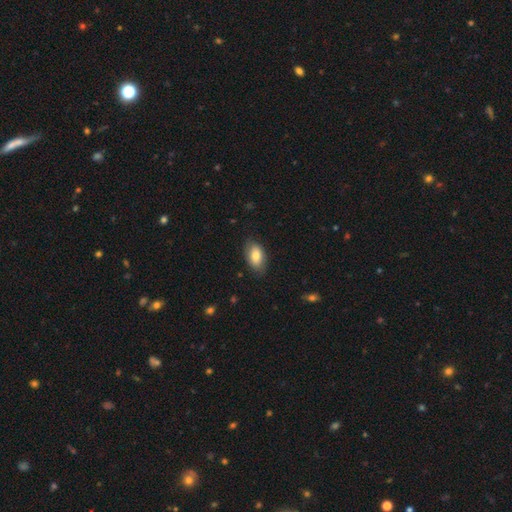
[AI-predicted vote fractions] Morphology: type=smooth (78%); roundness=in between (92%); merging=none (81%).